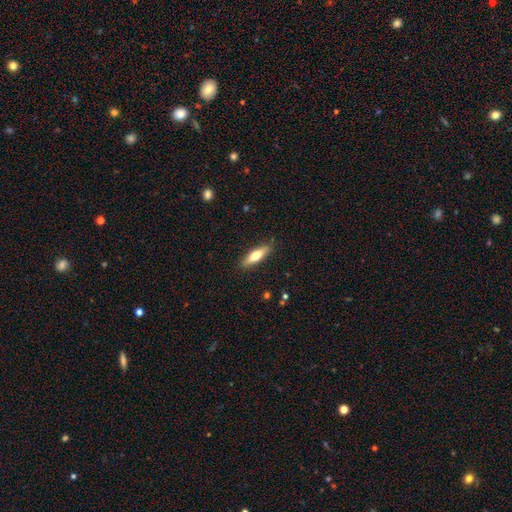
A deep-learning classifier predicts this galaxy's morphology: smooth 61%, featured or disk 33%, star or artifact 6%. Down the decision tree: how rounded — cigar-shaped (60%); merging — none (88%).